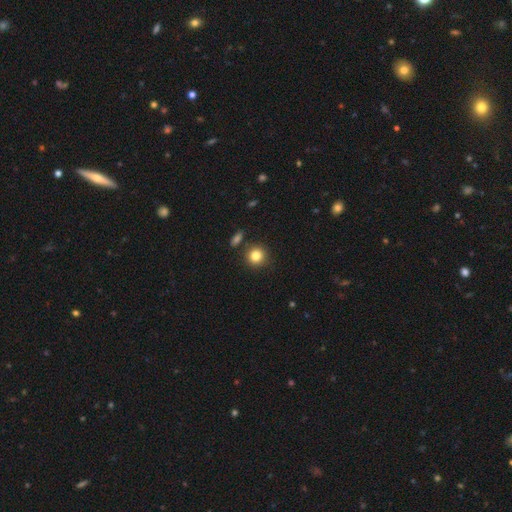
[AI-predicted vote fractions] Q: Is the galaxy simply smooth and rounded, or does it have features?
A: smooth — 83%.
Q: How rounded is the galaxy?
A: round — 90%.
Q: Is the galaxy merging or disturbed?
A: none — 85%.